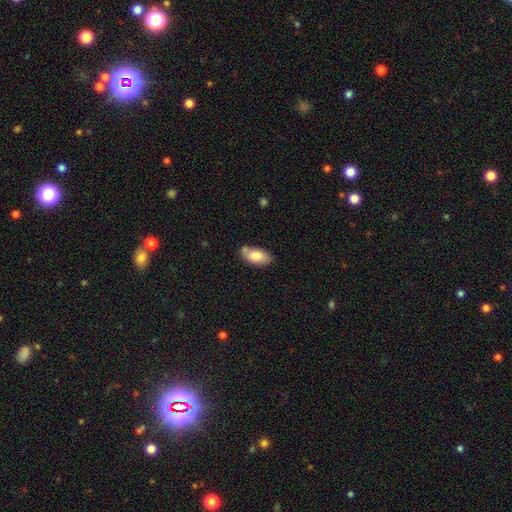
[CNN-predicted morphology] This is clearly a smooth galaxy (80%). How rounded: clearly in between (93%). Merging: likely none (70%).